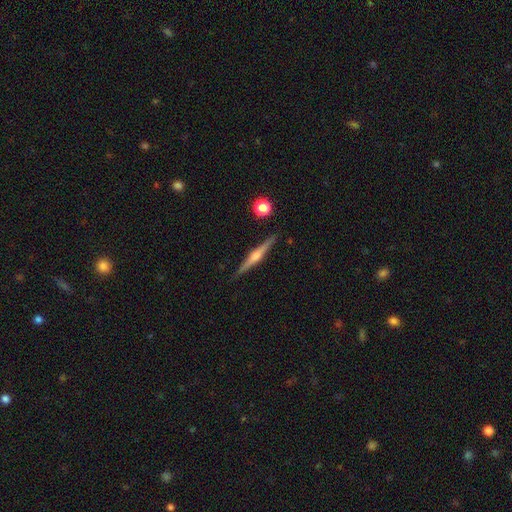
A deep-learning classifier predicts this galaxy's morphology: Q: Smooth or featured?
A: featured or disk (76%); runner-up: smooth (18%)
Q: Edge-on disk?
A: yes (98%); runner-up: no (2%)
Q: Edge-on bulge?
A: rounded (88%); runner-up: boxy (7%)
Q: Merging?
A: none (90%); runner-up: minor disturbance (7%)